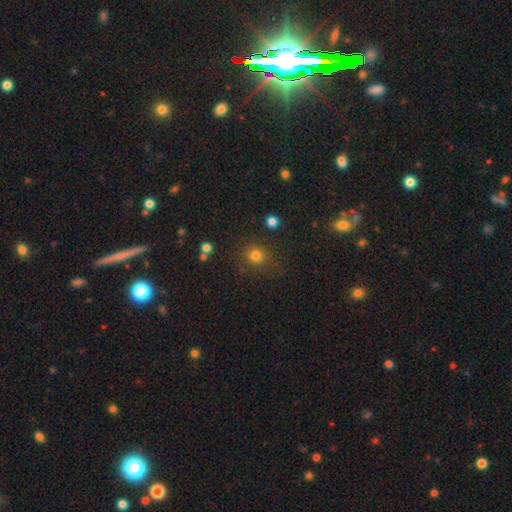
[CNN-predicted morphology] This appears to be a smooth galaxy with no disk features (79%) that is round (89%). Merging: none (83%).